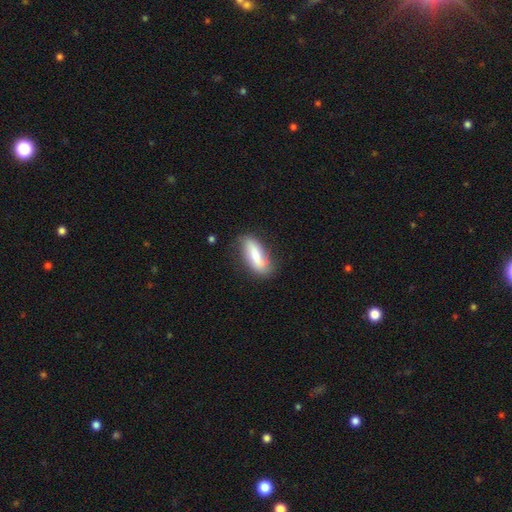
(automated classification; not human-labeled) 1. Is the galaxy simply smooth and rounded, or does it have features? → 67% smooth, 26% featured or disk, 6% star or artifact.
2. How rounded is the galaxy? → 69% in between, 28% cigar-shaped, 2% round.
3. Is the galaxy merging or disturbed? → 72% none, 21% minor disturbance, 5% major disturbance, 2% merger.